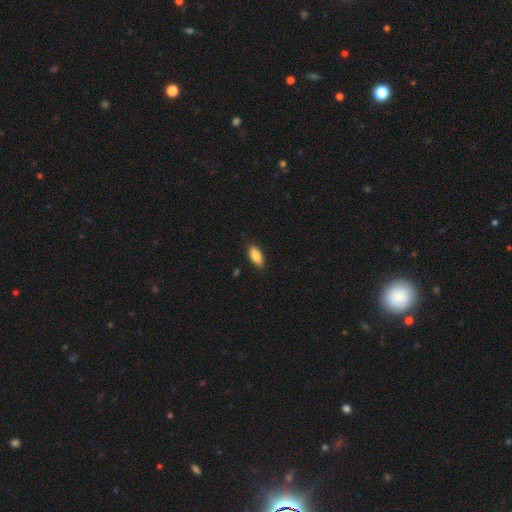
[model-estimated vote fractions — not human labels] smooth_or_featured: smooth (p=0.84) [alt: featured or disk p=0.10]
how_rounded: in between (p=0.84) [alt: cigar-shaped p=0.14]
merging: none (p=0.87) [alt: minor disturbance p=0.10]